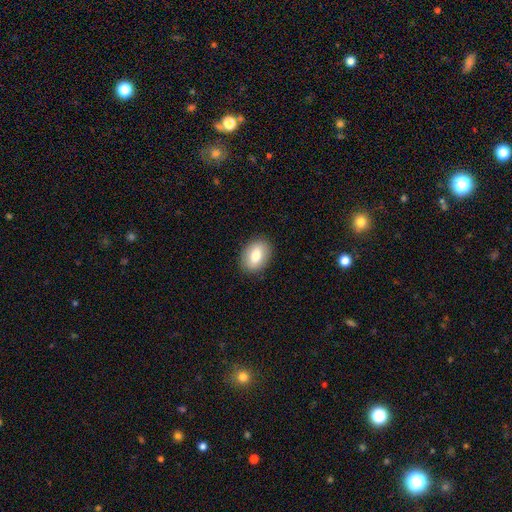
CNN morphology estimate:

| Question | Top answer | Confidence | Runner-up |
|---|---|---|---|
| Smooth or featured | smooth | 78% | featured or disk (15%) |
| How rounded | in between | 79% | round (20%) |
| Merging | none | 88% | minor disturbance (8%) |